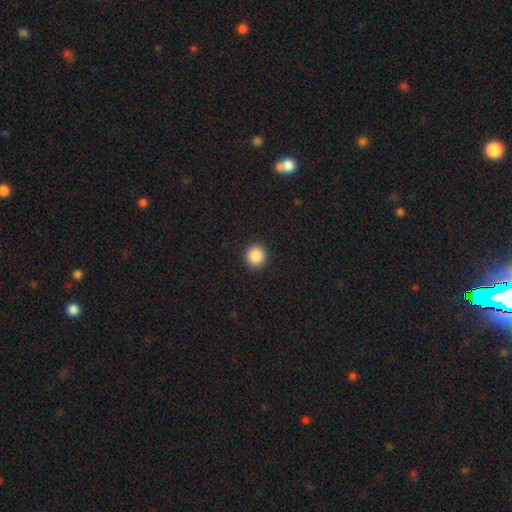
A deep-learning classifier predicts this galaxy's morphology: Smooth or featured?
  - smooth: 88% *
  - star or artifact: 9%
  - featured or disk: 3%
How rounded?
  - round: 92% *
  - in between: 7%
  - cigar-shaped: 1%
Merging?
  - none: 93% *
  - minor disturbance: 5%
  - major disturbance: 2%
  - merger: 1%